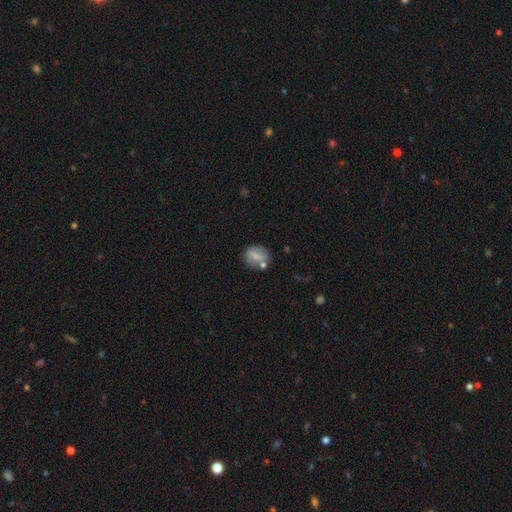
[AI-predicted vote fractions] smooth-or-featured: smooth: 70% | featured or disk: 21% | star or artifact: 9%
  how-rounded: round: 58% | in between: 40% | cigar-shaped: 2%
  merging: none: 63% | minor disturbance: 17% | merger: 14% | major disturbance: 6%